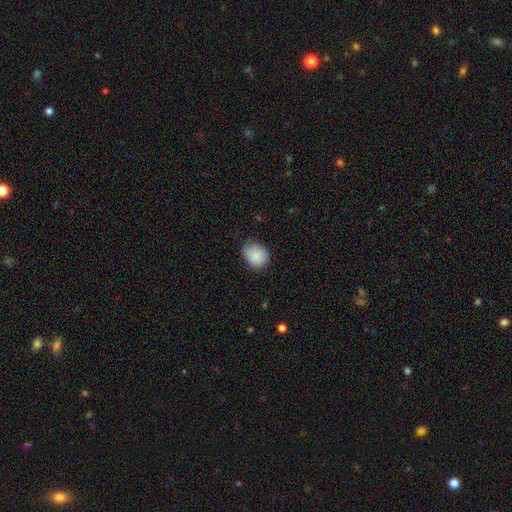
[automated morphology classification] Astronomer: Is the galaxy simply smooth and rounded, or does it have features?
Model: smooth — 84%.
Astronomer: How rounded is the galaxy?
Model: round — 63%.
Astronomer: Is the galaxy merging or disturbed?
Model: none — 53% (runner-up: minor disturbance, 37%).